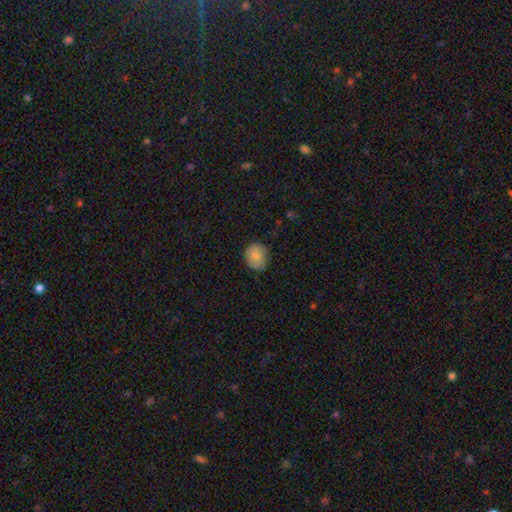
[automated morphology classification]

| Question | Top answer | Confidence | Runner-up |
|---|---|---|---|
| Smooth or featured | smooth | 82% | featured or disk (11%) |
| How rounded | round | 62% | in between (37%) |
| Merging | none | 75% | minor disturbance (20%) |